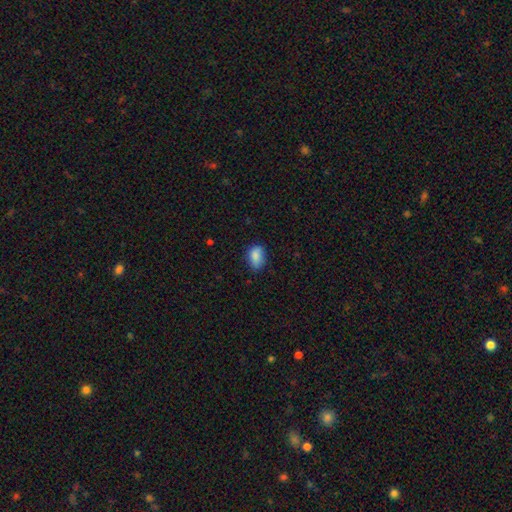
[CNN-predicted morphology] Smooth or featured? smooth (86%)
How rounded? in between (83%)
Merging? none (71%)